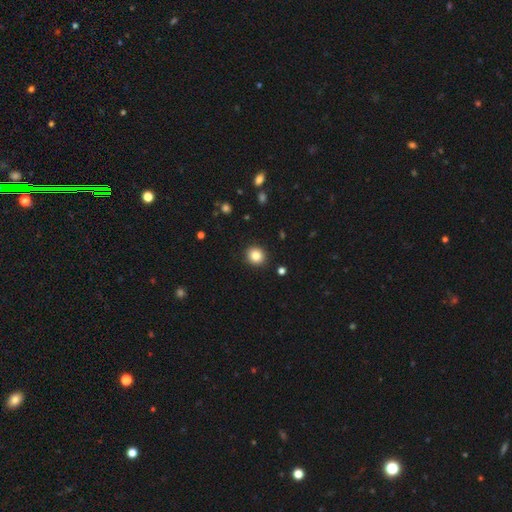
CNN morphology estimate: Overall: smooth (84%). How rounded: round (86%). Merging: none (92%).